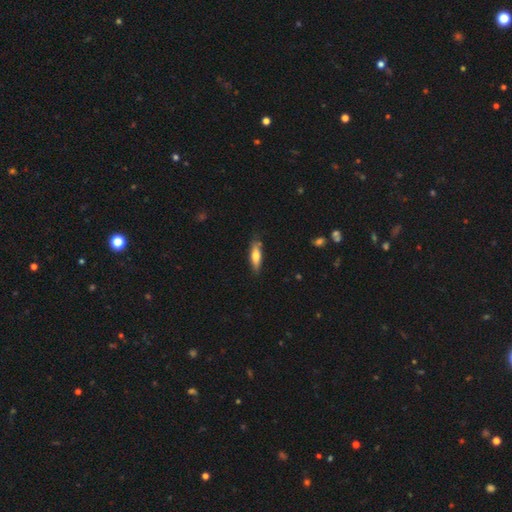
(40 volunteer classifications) Q: Smooth or featured?
A: smooth (60%); runner-up: featured or disk (32%)
Q: How rounded?
A: cigar-shaped (54%); runner-up: in between (46%)
Q: Merging?
A: none (81%); runner-up: minor disturbance (16%)